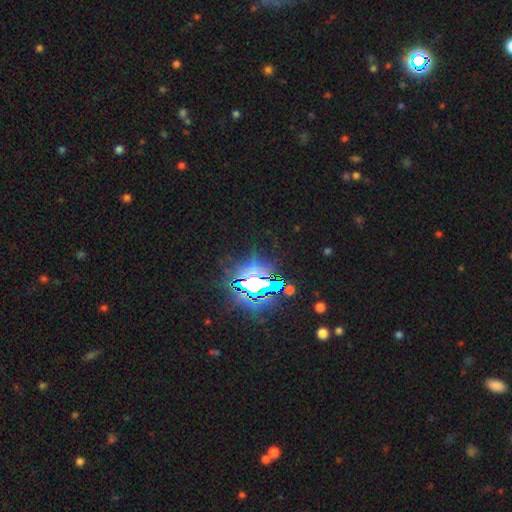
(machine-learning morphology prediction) Smooth or featured? star or artifact (85%)